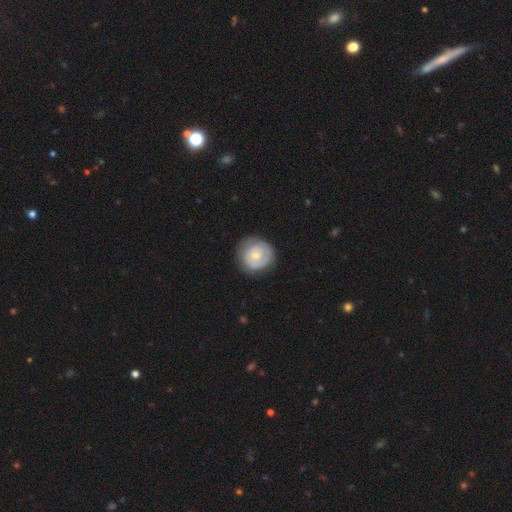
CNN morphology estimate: A smooth galaxy with no disk features (58%) that is round (90%).

Vote fractions:
- Smooth or featured? smooth: 58% / featured or disk: 35% / star or artifact: 6%
- How rounded? round: 90% / in between: 9% / cigar-shaped: 1%
- Merging? none: 74% / minor disturbance: 19% / major disturbance: 6% / merger: 1%